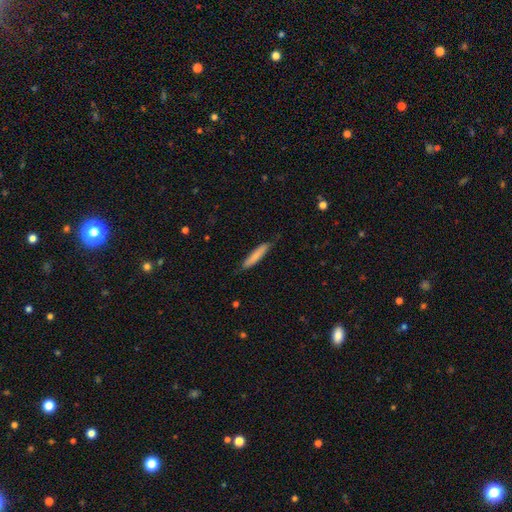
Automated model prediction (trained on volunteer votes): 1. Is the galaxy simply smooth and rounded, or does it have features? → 78% smooth, 17% featured or disk, 6% star or artifact.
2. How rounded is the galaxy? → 91% cigar-shaped, 8% in between, 1% round.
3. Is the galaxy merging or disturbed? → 82% none, 15% minor disturbance, 2% major disturbance, 1% merger.